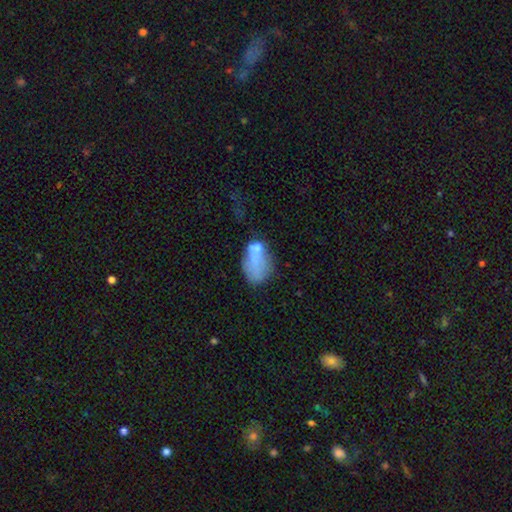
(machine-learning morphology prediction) type=smooth (65%); roundness=in between (87%); merging=none (32%).